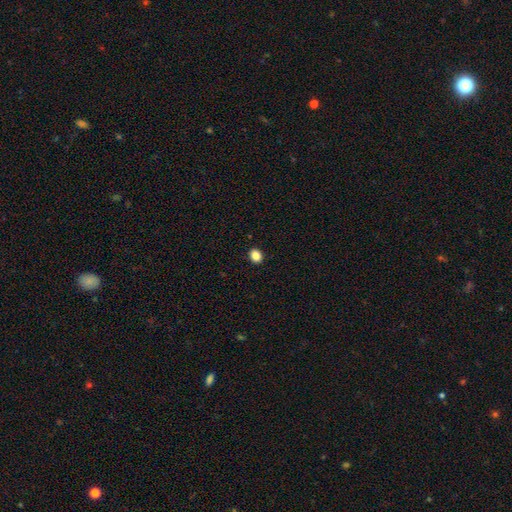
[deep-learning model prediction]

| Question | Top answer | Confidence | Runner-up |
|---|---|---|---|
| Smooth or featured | smooth | 86% | star or artifact (10%) |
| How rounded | round | 59% | in between (41%) |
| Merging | none | 92% | minor disturbance (6%) |